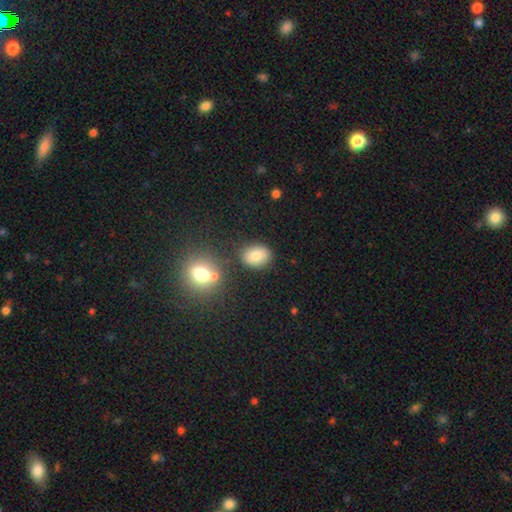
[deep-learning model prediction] Smooth or featured? Predicted: smooth (p=0.79). How rounded? Predicted: in between (p=0.58). Merging? Predicted: none (p=0.80).